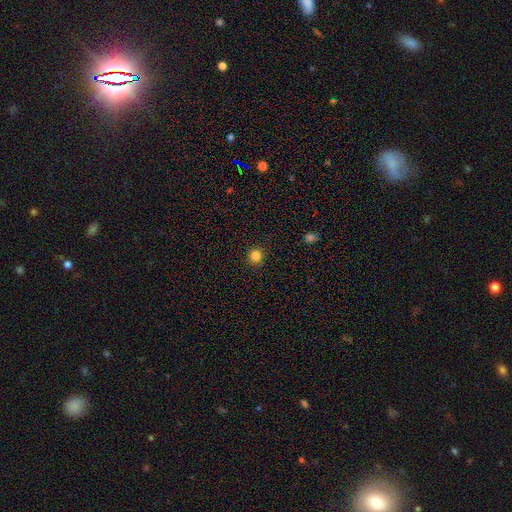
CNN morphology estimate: This appears to be a smooth galaxy with no disk features (83%) that is round (94%). Merging: none (92%).